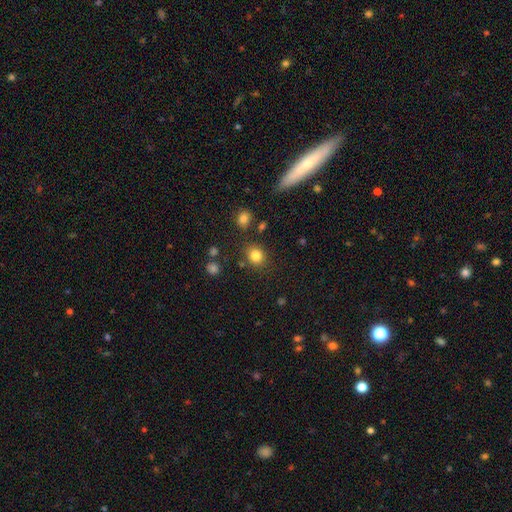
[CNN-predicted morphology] Smooth or featured?
  - smooth: 83% *
  - star or artifact: 12%
  - featured or disk: 5%
How rounded?
  - round: 76% *
  - in between: 23%
  - cigar-shaped: 1%
Merging?
  - none: 81% *
  - minor disturbance: 10%
  - merger: 5%
  - major disturbance: 4%